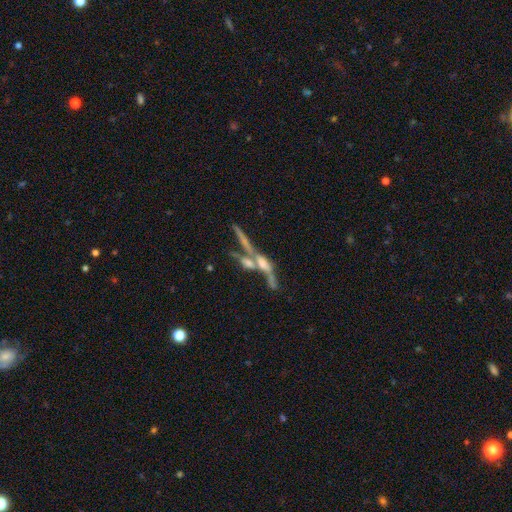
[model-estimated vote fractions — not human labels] A featured or disk galaxy (63%) viewed edge-on (69%). Merging: merger (42%).